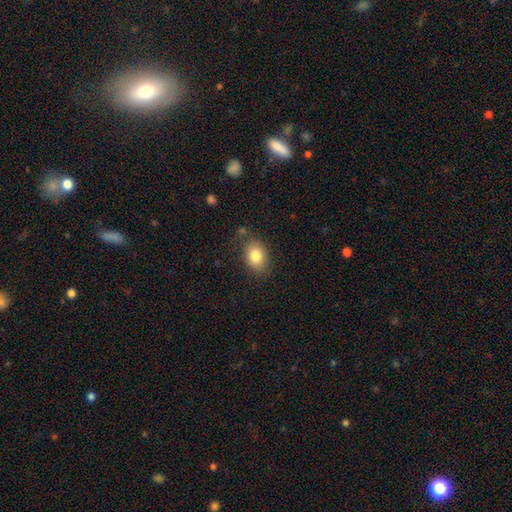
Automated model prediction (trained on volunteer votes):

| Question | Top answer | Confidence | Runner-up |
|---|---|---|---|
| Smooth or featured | smooth | 81% | featured or disk (10%) |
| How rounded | in between | 73% | round (26%) |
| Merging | none | 76% | minor disturbance (16%) |